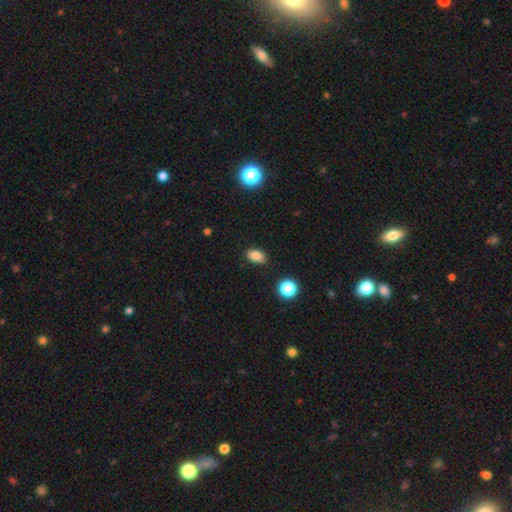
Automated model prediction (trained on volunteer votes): smooth-or-featured: smooth: 82% | star or artifact: 11% | featured or disk: 7%
  how-rounded: in between: 86% | round: 12% | cigar-shaped: 2%
  merging: none: 87% | minor disturbance: 10% | major disturbance: 2% | merger: 2%